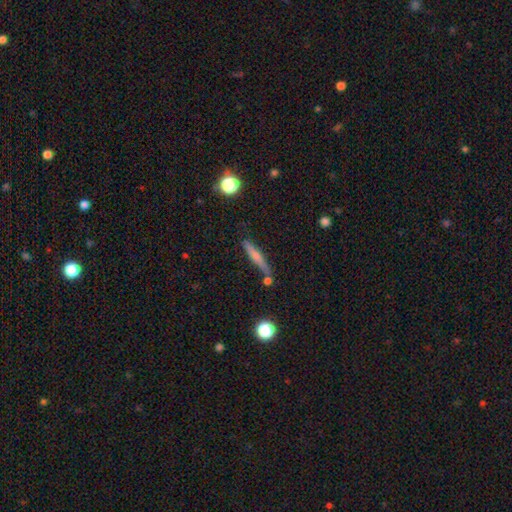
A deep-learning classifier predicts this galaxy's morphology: smooth_or_featured: smooth (p=0.55) [alt: featured or disk p=0.37]
how_rounded: cigar-shaped (p=0.91) [alt: in between p=0.06]
merging: none (p=0.73) [alt: minor disturbance p=0.13]